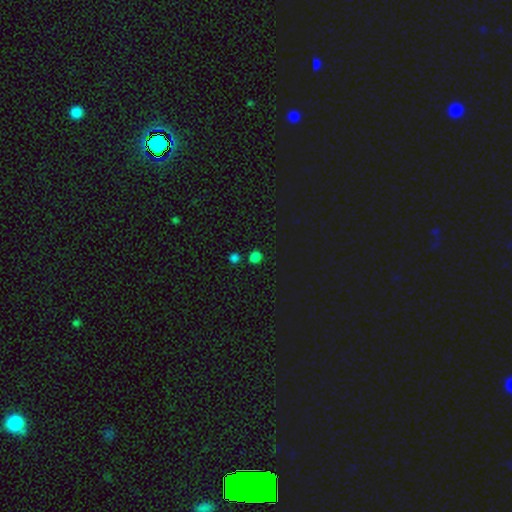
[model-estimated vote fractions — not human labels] This appears to be a smooth galaxy with no disk features (72%) that is round (75%). Merging: none (79%).